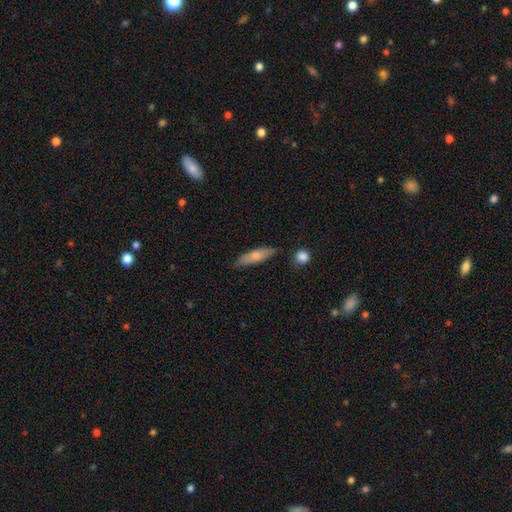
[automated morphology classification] smooth_or_featured: smooth (p=0.70) [alt: featured or disk p=0.24]
how_rounded: cigar-shaped (p=0.64) [alt: in between p=0.34]
merging: none (p=0.79) [alt: minor disturbance p=0.15]